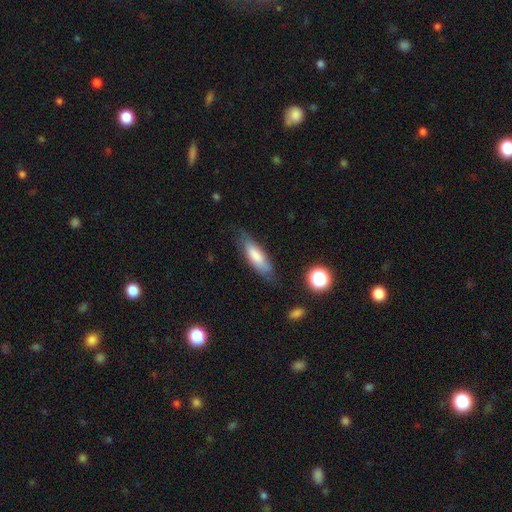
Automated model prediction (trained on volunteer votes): smooth 69%, featured or disk 23%, star or artifact 8%. Down the decision tree: how rounded — cigar-shaped (52%); merging — none (73%).